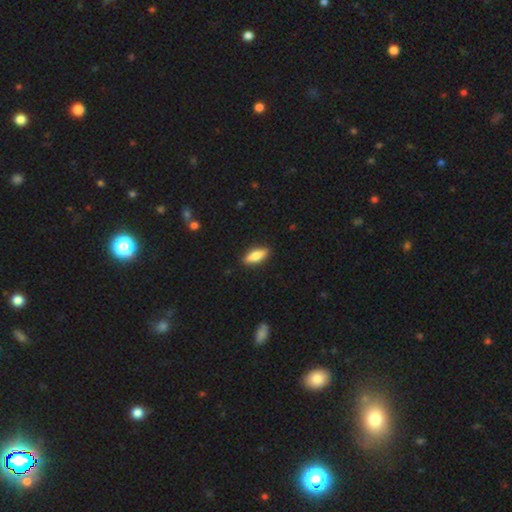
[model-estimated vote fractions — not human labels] smooth 69%, featured or disk 25%, star or artifact 6%. Down the decision tree: how rounded — in between (62%); merging — none (89%).